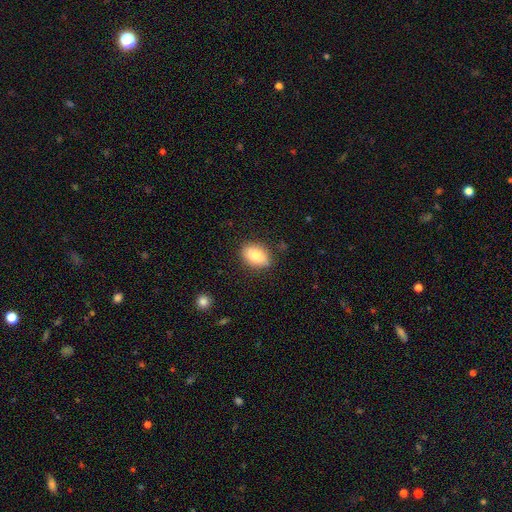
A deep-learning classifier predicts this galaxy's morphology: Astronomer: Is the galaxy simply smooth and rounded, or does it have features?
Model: smooth — 82%.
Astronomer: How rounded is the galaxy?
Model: in between — 84%.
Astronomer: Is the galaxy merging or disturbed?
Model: none — 81%.